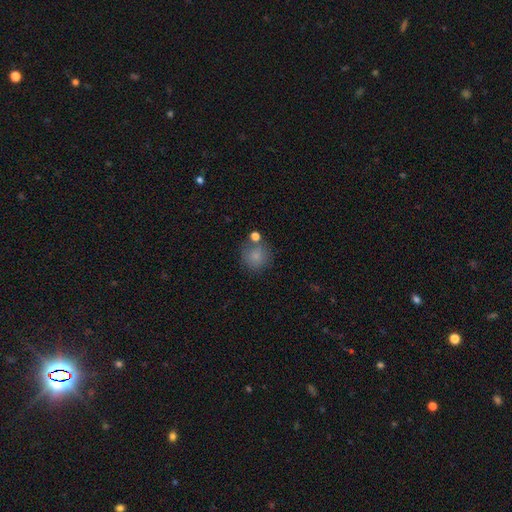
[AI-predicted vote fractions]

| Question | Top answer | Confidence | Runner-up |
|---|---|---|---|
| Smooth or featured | smooth | 82% | star or artifact (11%) |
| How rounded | round | 91% | in between (8%) |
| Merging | none | 67% | merger (15%) |